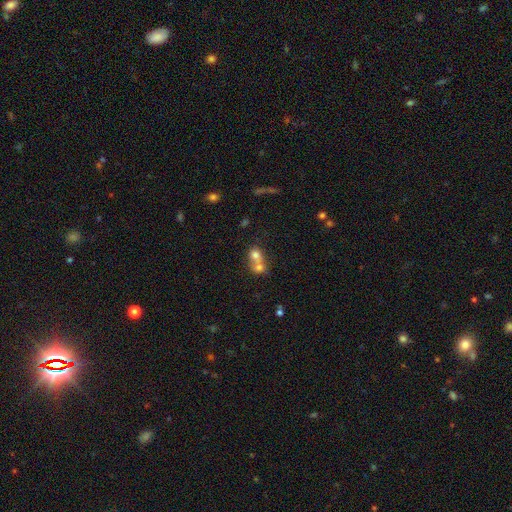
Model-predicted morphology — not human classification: A smooth galaxy with no disk features (70%) that is round (67%). Merging: merger (69%).